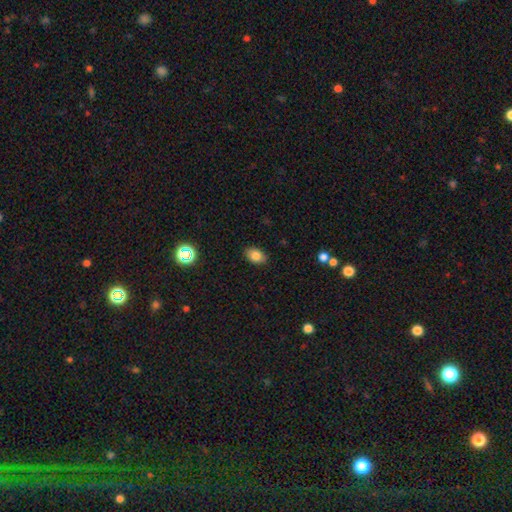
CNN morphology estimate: This appears to be a smooth galaxy with no disk features (81%) that is in between round and cigar-shaped (83%). Merging: none (87%).